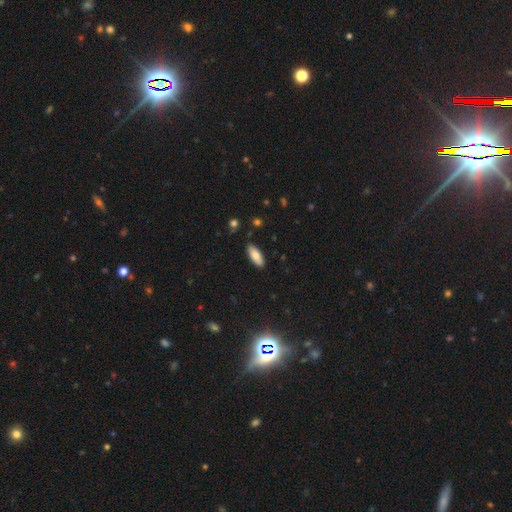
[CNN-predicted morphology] smooth-or-featured: smooth: 82% | featured or disk: 12% | star or artifact: 7%
  how-rounded: in between: 79% | cigar-shaped: 20% | round: 2%
  merging: none: 87% | minor disturbance: 10% | major disturbance: 2% | merger: 1%